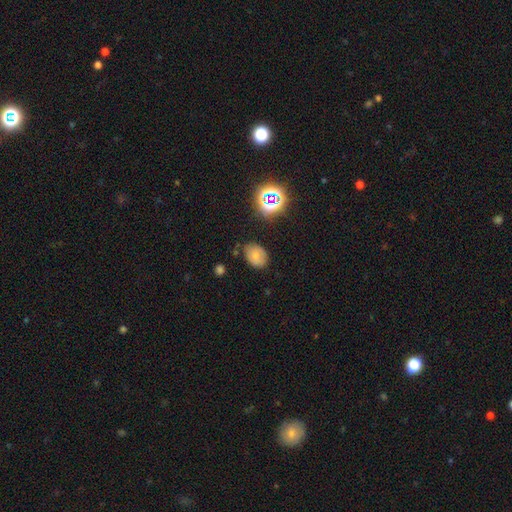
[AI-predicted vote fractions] A smooth galaxy with no disk features (68%) that is in between round and cigar-shaped (68%).

Vote fractions:
- Smooth or featured? smooth: 68% / star or artifact: 17% / featured or disk: 16%
- How rounded? in between: 68% / round: 31% / cigar-shaped: 1%
- Merging? none: 73% / minor disturbance: 20% / major disturbance: 4% / merger: 3%